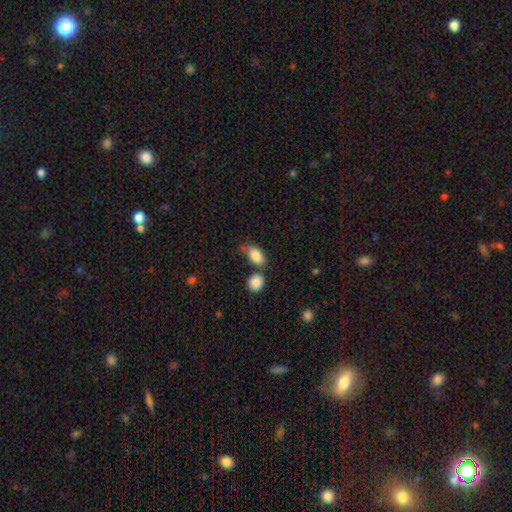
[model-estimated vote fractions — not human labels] Smooth or featured? smooth (85%)
How rounded? in between (89%)
Merging? none (52%)